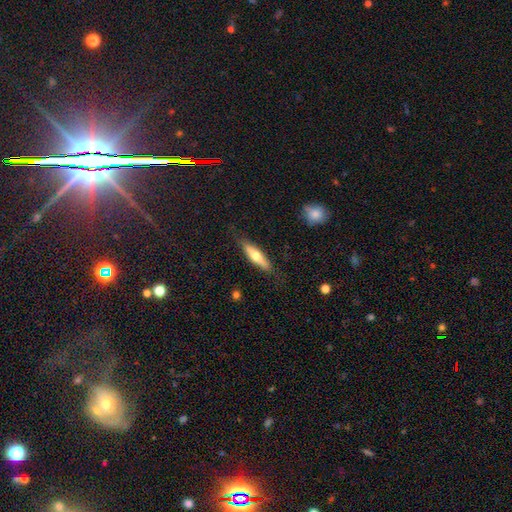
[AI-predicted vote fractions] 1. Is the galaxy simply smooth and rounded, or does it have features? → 51% smooth, 43% featured or disk, 5% star or artifact.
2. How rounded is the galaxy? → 69% cigar-shaped, 29% in between, 2% round.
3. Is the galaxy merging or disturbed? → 82% none, 13% minor disturbance, 3% major disturbance, 1% merger.